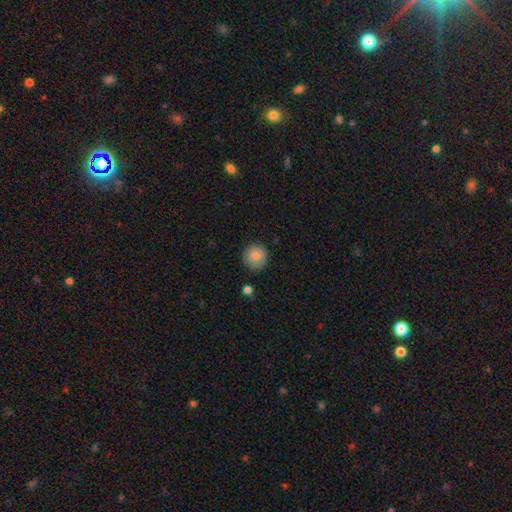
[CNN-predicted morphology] Smooth or featured?
  - smooth: 84% *
  - star or artifact: 8%
  - featured or disk: 7%
How rounded?
  - round: 93% *
  - in between: 6%
  - cigar-shaped: 1%
Merging?
  - none: 82% *
  - minor disturbance: 14%
  - major disturbance: 3%
  - merger: 2%